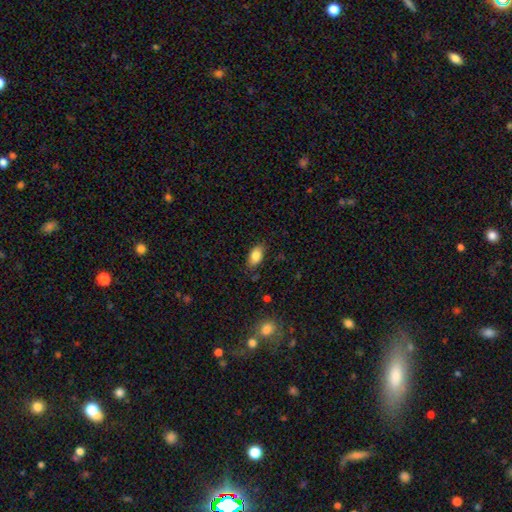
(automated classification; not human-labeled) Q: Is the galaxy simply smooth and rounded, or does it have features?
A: smooth — 85%.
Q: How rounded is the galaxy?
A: in between — 91%.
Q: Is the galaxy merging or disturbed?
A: none — 81%.